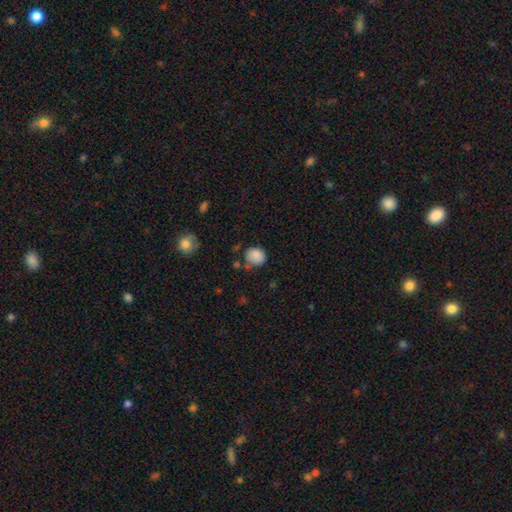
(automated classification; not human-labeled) Smooth or featured? Predicted: smooth (p=0.85). How rounded? Predicted: round (p=0.71). Merging? Predicted: none (p=0.63).